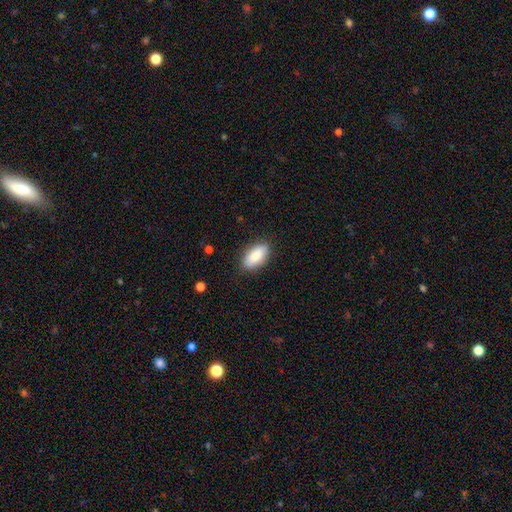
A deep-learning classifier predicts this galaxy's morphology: Smooth or featured? Predicted: smooth (p=0.84). How rounded? Predicted: in between (p=0.91). Merging? Predicted: none (p=0.86).